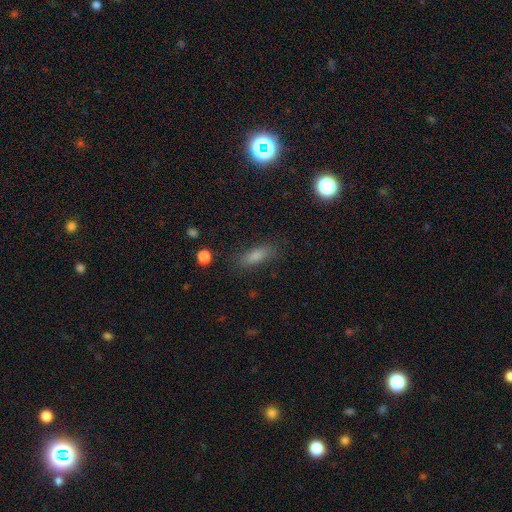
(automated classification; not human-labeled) Morphology: type=smooth (70%); roundness=in between (57%); merging=none (83%).